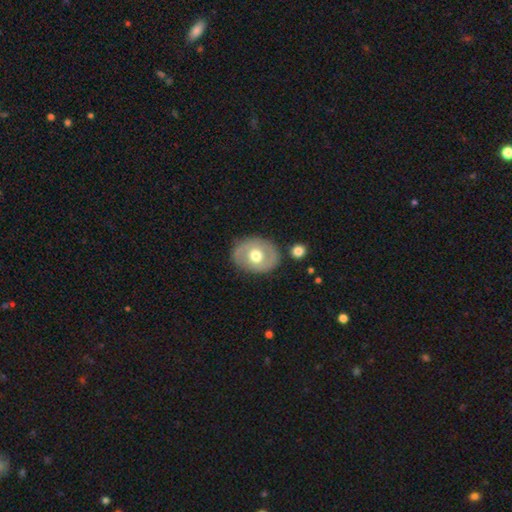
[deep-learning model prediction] smooth-or-featured: smooth: 48% | featured or disk: 46% | star or artifact: 6%
  merging: none: 81% | minor disturbance: 12% | major disturbance: 4% | merger: 3%